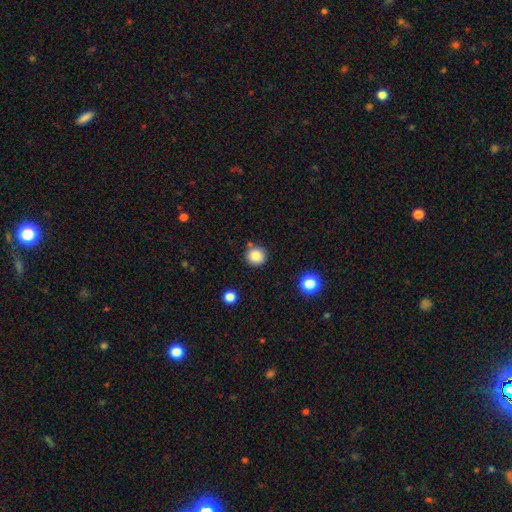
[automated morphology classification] Smooth or featured: smooth — 85% (star or artifact — 11%)
How rounded: round — 93% (in between — 6%)
Merging: none — 84% (minor disturbance — 8%)